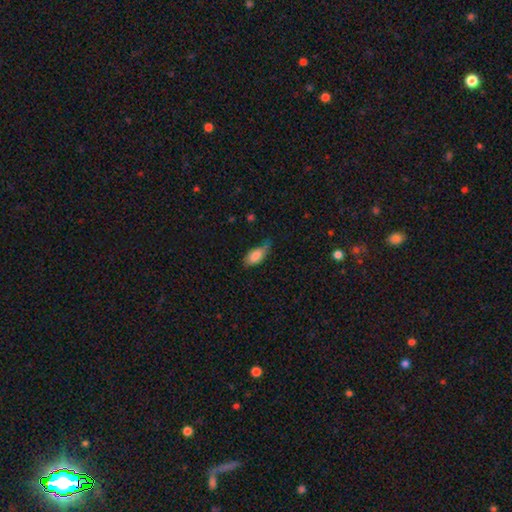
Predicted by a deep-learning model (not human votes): Smooth or featured? Predicted: smooth (p=0.80). How rounded? Predicted: in between (p=0.87). Merging? Predicted: none (p=0.44).